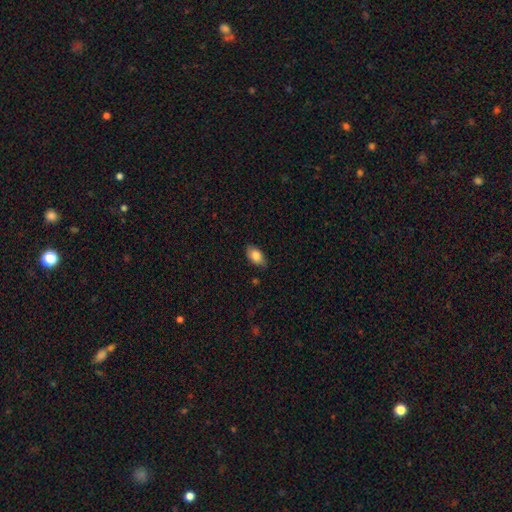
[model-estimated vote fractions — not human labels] A smooth galaxy with no disk features (82%) that is in between round and cigar-shaped (92%).

Vote fractions:
- Smooth or featured? smooth: 82% / featured or disk: 11% / star or artifact: 7%
- How rounded? in between: 92% / round: 6% / cigar-shaped: 3%
- Merging? none: 83% / minor disturbance: 13% / major disturbance: 3% / merger: 1%